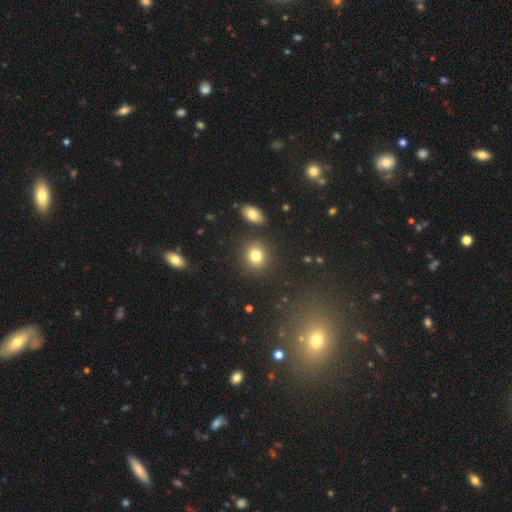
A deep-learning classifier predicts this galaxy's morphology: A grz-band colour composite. It shows a smooth galaxy with no disk features (80%) that is round (76%). Merging: none (84%).